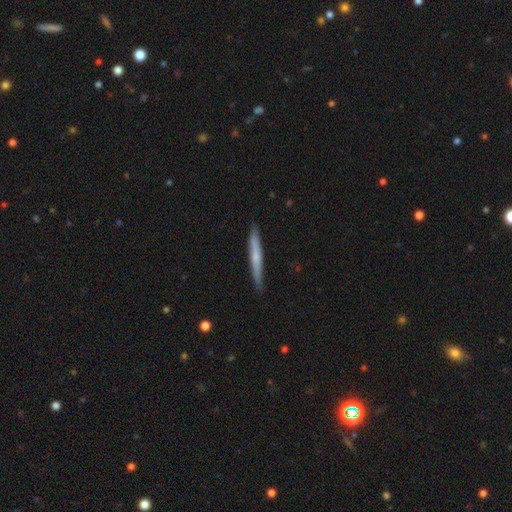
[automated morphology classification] A smooth galaxy with no disk features (54%) that is cigar-shaped (96%). Merging: none (89%).